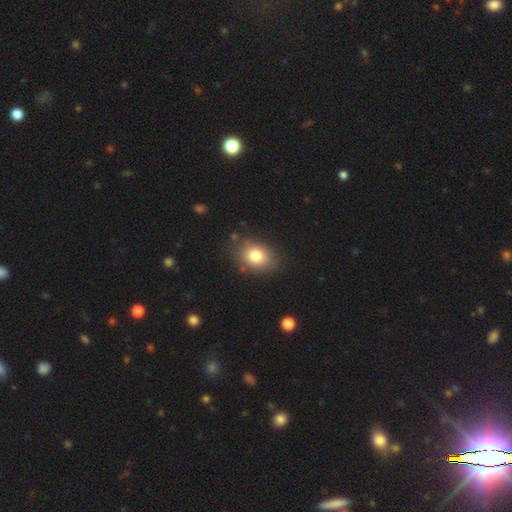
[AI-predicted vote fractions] Overall: smooth (79%). How rounded: in between (66%; round 33%). Merging: none (81%).